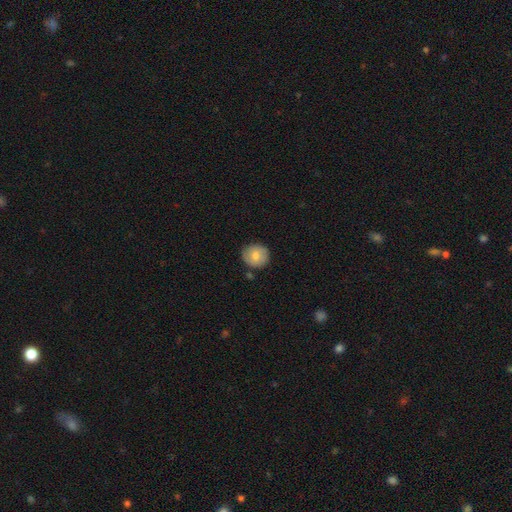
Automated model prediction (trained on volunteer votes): Morphology: type=smooth (76%); roundness=round (89%); merging=none (82%).